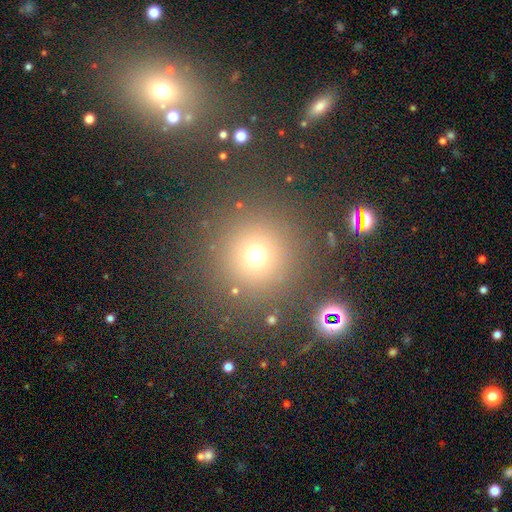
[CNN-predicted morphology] This is likely a smooth galaxy (67%). How rounded: clearly round (95%). Merging: clearly none (84%).